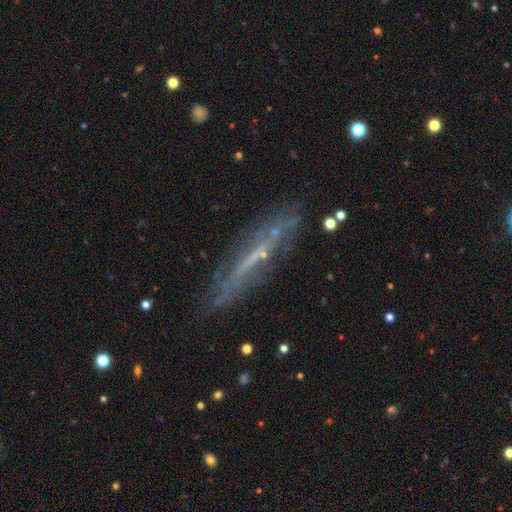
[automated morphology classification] Smooth or featured? featured or disk (65%)
Edge-on disk? yes (70%)
Merging? none (71%)